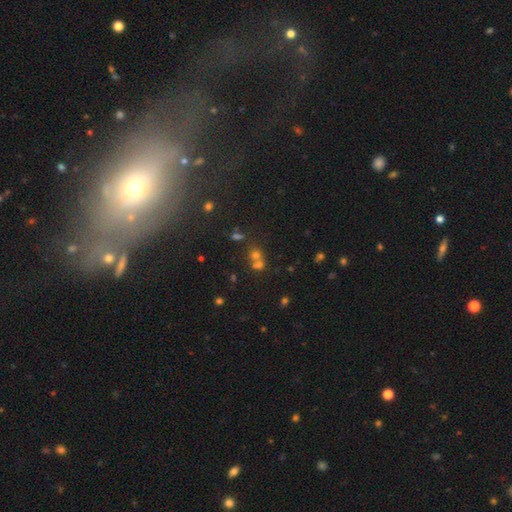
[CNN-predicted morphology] A smooth galaxy with no disk features (51%) that is round (78%).

Vote fractions:
- Smooth or featured? smooth: 51% / star or artifact: 34% / featured or disk: 15%
- How rounded? round: 78% / in between: 21% / cigar-shaped: 1%
- Merging? merger: 50% / none: 40% / minor disturbance: 6% / major disturbance: 4%